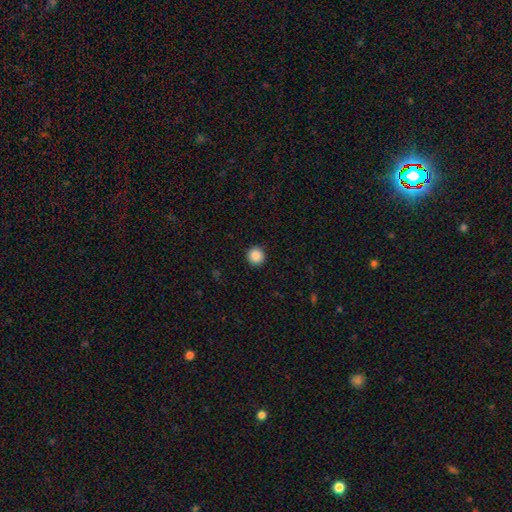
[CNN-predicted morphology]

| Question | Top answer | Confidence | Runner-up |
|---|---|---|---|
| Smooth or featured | smooth | 88% | star or artifact (9%) |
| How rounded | round | 96% | in between (3%) |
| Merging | none | 92% | minor disturbance (5%) |